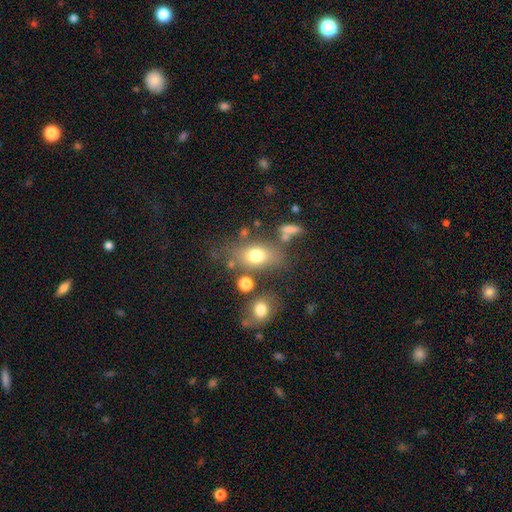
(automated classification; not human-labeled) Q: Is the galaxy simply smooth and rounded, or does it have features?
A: smooth — 73%.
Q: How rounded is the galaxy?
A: in between — 74%.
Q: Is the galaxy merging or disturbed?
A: none — 63%.